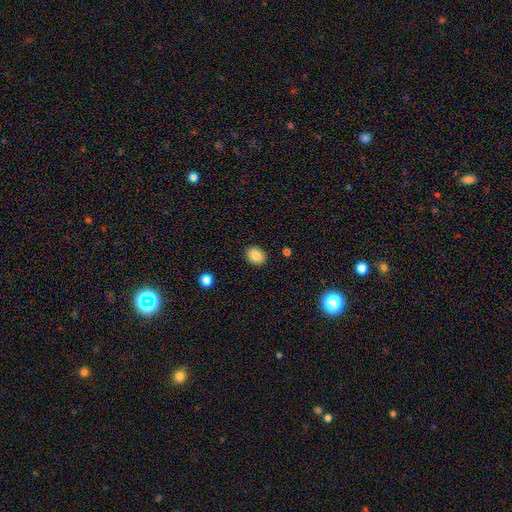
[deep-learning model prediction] The model was most divided on "how rounded": round: 54%, in between: 45%, cigar-shaped: 1%. More confident: merging — none (89%); smooth or featured — smooth (85%).